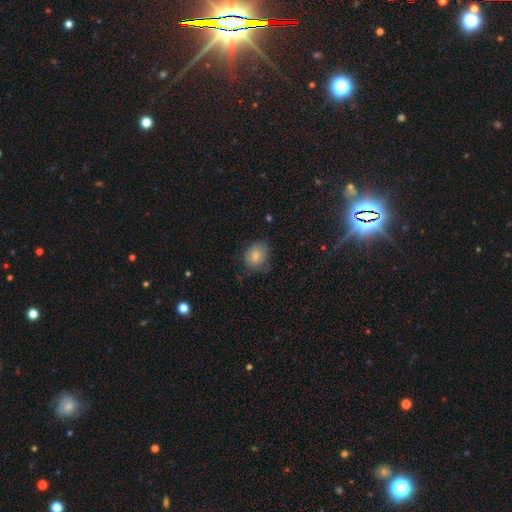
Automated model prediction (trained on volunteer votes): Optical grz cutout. It shows a smooth galaxy with no disk features (80%) that is round (58%). Merging: none (63%).